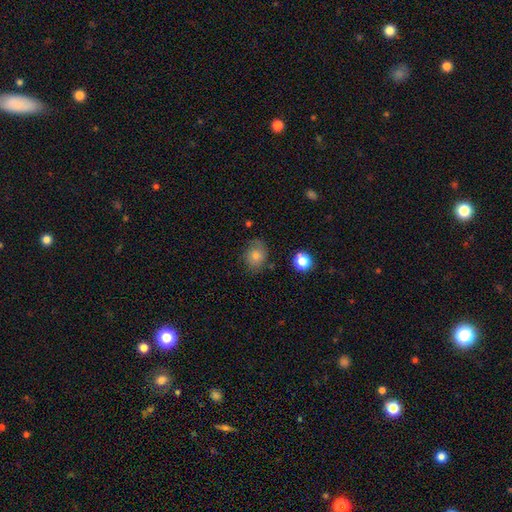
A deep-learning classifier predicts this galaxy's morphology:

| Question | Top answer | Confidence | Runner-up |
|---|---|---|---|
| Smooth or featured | smooth | 65% | featured or disk (23%) |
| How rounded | round | 58% | in between (41%) |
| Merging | none | 66% | minor disturbance (23%) |